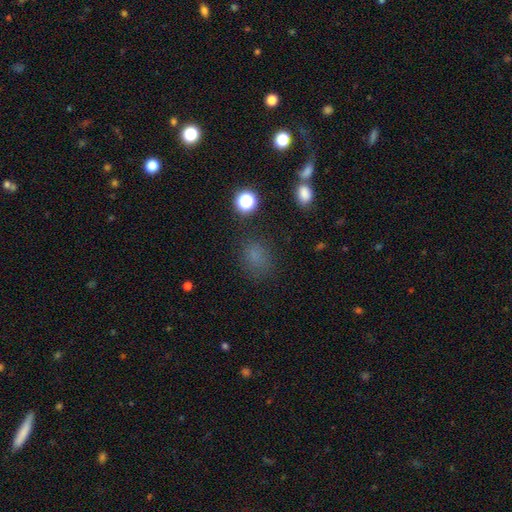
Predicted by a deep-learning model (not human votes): Smooth or featured? smooth (70%)
How rounded? round (57%)
Merging? none (74%)